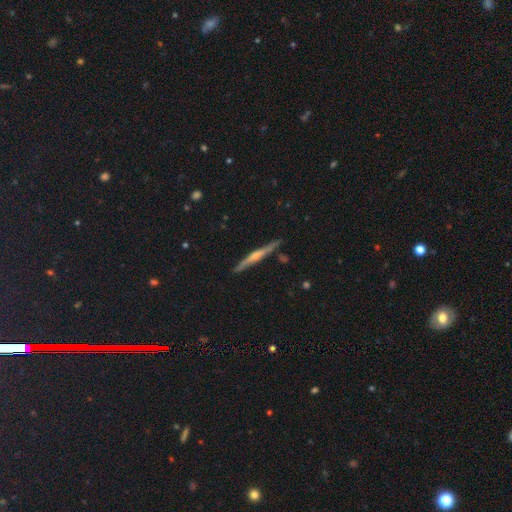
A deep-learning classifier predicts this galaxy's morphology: Smooth or featured: featured or disk — 69% (smooth — 25%)
Edge-on disk: yes — 97% (no — 3%)
Edge-on bulge: rounded — 64% (none — 26%)
Merging: none — 85% (minor disturbance — 11%)